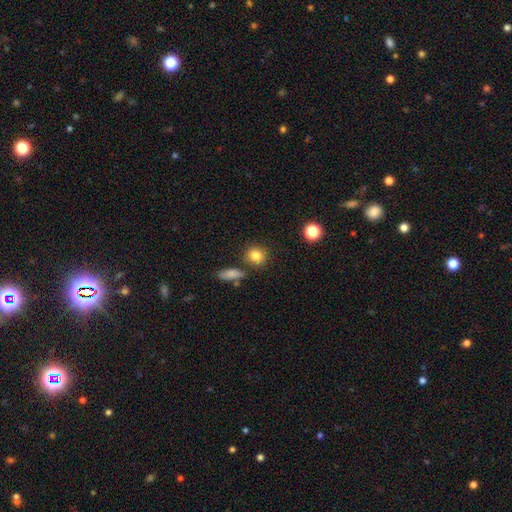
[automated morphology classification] A smooth galaxy with no disk features (83%) that is round (81%).

Vote fractions:
- Smooth or featured? smooth: 83% / star or artifact: 11% / featured or disk: 7%
- How rounded? round: 81% / in between: 17% / cigar-shaped: 2%
- Merging? none: 82% / minor disturbance: 9% / merger: 6% / major disturbance: 3%